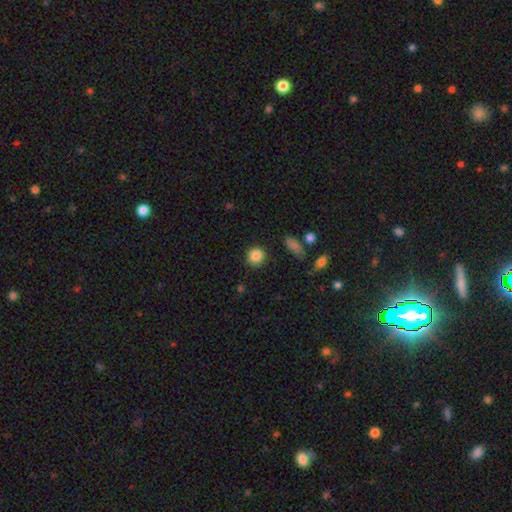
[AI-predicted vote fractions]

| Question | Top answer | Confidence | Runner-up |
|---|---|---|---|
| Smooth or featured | smooth | 85% | star or artifact (10%) |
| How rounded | round | 90% | in between (9%) |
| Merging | none | 88% | minor disturbance (8%) |